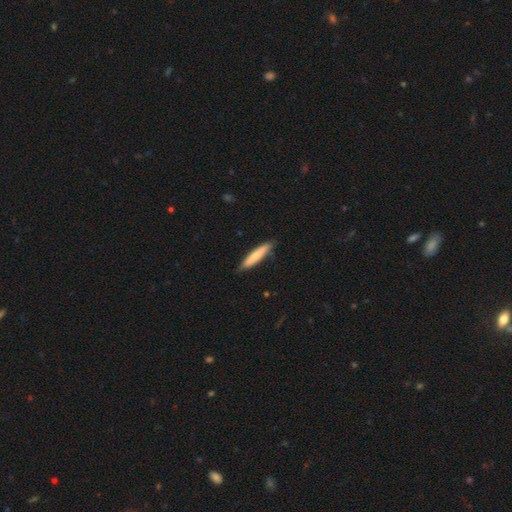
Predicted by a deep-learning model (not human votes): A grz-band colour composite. It shows a smooth galaxy with no disk features (73%) that is cigar-shaped (88%). Merging: none (83%).